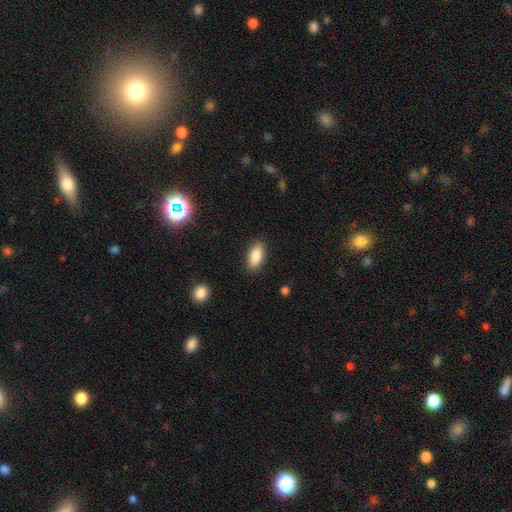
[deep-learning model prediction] Overall: smooth (86%). How rounded: in between (88%). Merging: none (88%).